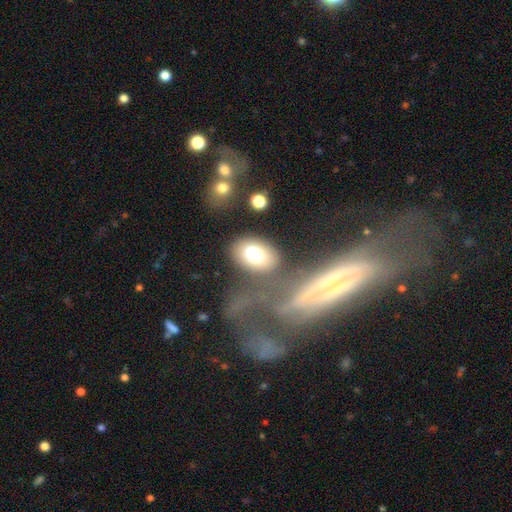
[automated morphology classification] The model was most divided on "merging": none: 53%, merger: 21%, minor disturbance: 14%, major disturbance: 12%. More confident: how rounded — in between (71%); smooth or featured — smooth (68%).